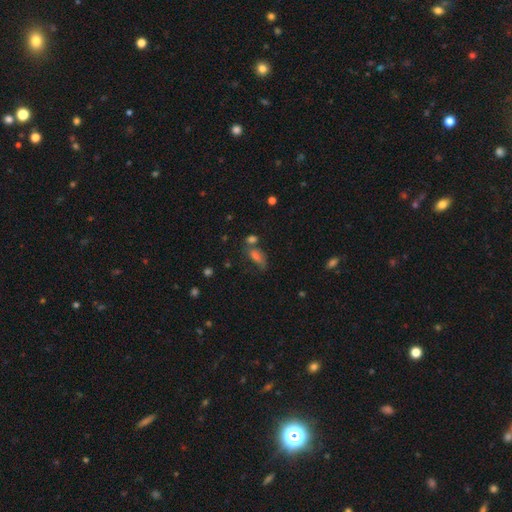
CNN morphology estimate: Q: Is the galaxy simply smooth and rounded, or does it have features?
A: smooth — 54%.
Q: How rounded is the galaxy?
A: in between — 72%.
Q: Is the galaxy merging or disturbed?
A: none — 48%.